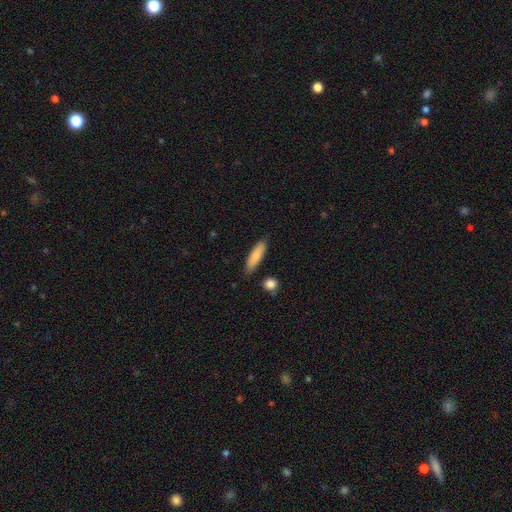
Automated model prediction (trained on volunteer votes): This is clearly a smooth galaxy (80%). How rounded: possibly cigar-shaped (58%). Merging: clearly none (83%).